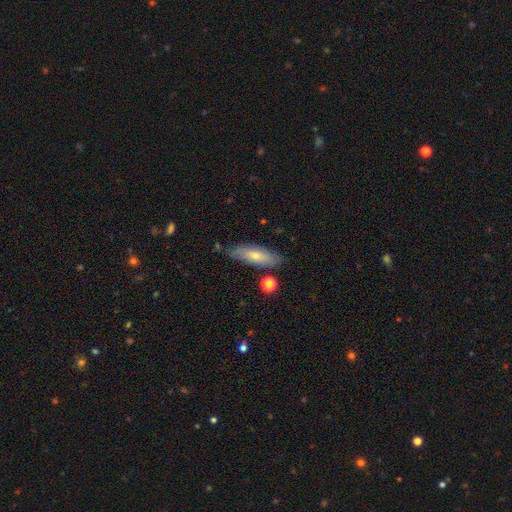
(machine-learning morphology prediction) Smooth or featured? Predicted: smooth (p=0.65). How rounded? Predicted: in between (p=0.49, tied with cigar-shaped). Merging? Predicted: none (p=0.76).